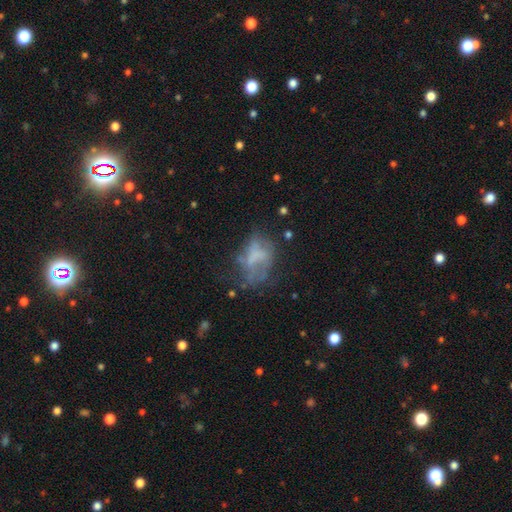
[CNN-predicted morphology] Smooth or featured? Predicted: featured or disk (p=0.46). Merging? Predicted: major disturbance (p=0.35).